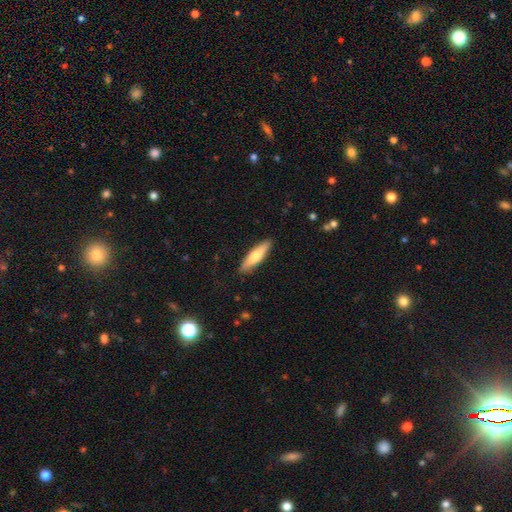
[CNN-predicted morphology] Smooth or featured? smooth (70%)
How rounded? cigar-shaped (68%)
Merging? none (89%)